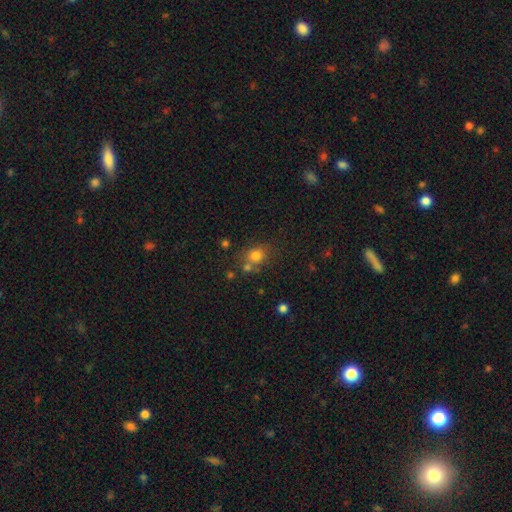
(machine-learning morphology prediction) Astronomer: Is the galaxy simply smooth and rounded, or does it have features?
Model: smooth — 76%.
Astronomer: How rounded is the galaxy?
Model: round — 75%.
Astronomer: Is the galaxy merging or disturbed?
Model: none — 61%.